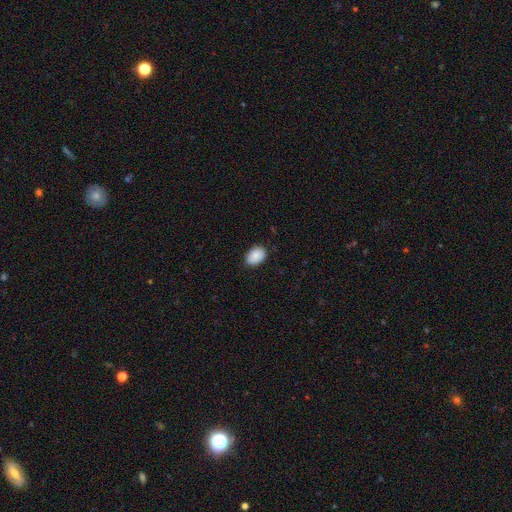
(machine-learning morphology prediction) This is clearly a smooth galaxy (87%). How rounded: clearly in between (81%). Merging: clearly none (82%).